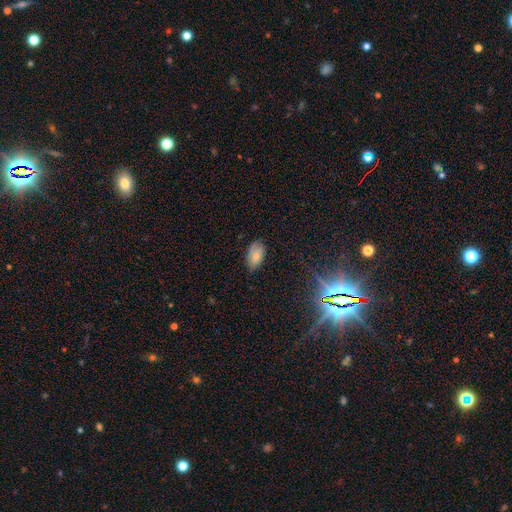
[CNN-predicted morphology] Smooth or featured? smooth (75%)
How rounded? in between (94%)
Merging? none (70%)